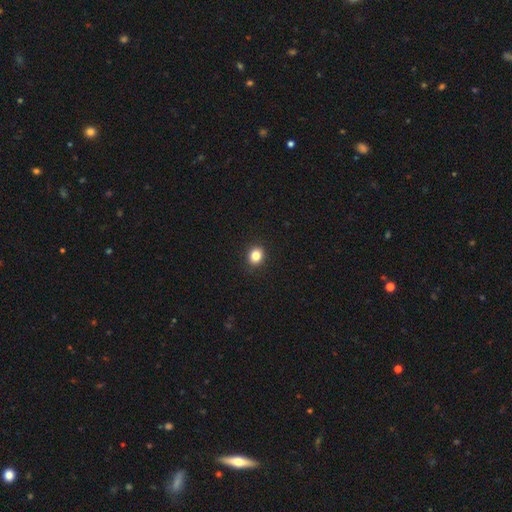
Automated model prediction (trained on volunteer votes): Smooth or featured? Predicted: smooth (p=0.83). How rounded? Predicted: round (p=0.71). Merging? Predicted: none (p=0.91).